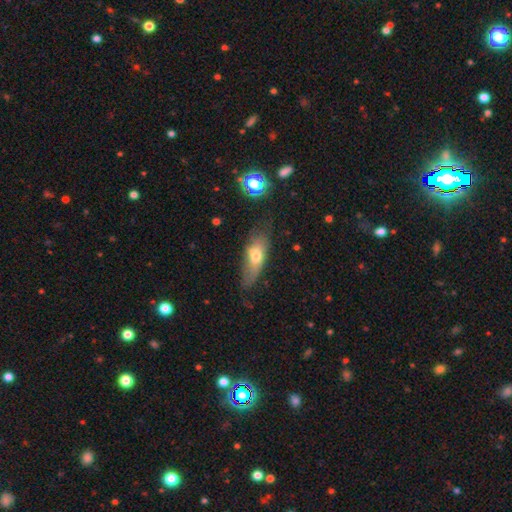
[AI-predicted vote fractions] Smooth or featured? smooth (62%)
How rounded? in between (64%)
Merging? none (56%)